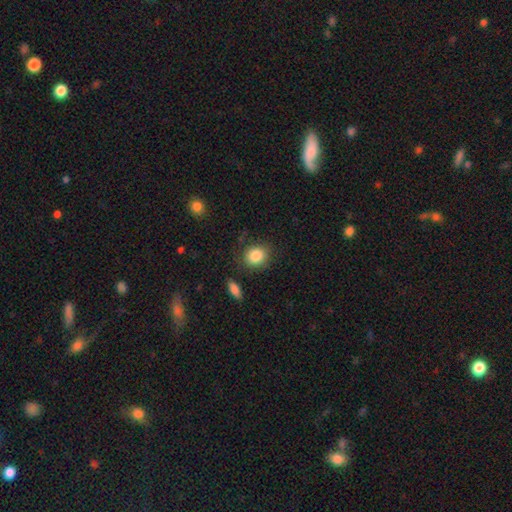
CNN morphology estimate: This appears to be a smooth galaxy with no disk features (86%) that is round (72%). Merging: none (82%).